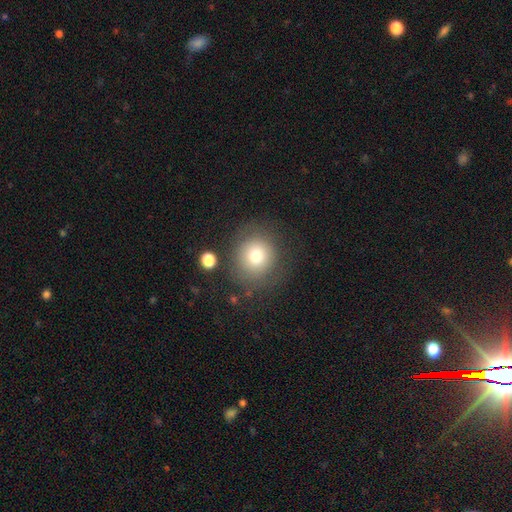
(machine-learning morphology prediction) Overall: smooth (76%). How rounded: round (88%). Merging: none (76%).